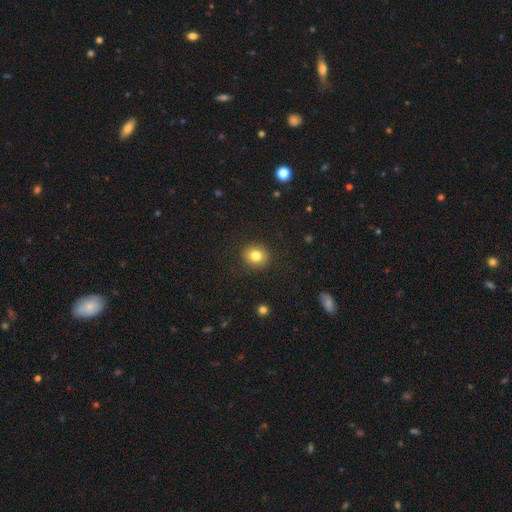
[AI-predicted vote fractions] This is clearly a smooth galaxy (81%). How rounded: clearly round (81%). Merging: clearly none (89%).